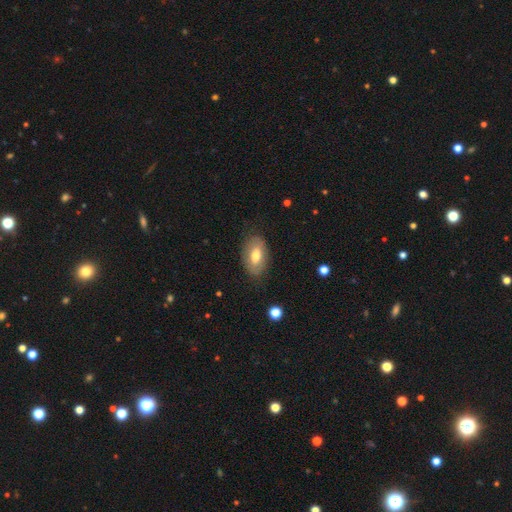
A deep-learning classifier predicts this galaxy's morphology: smooth_or_featured: smooth (p=0.68) [alt: featured or disk p=0.25]
how_rounded: in between (p=0.92) [alt: round p=0.05]
merging: none (p=0.80) [alt: minor disturbance p=0.15]